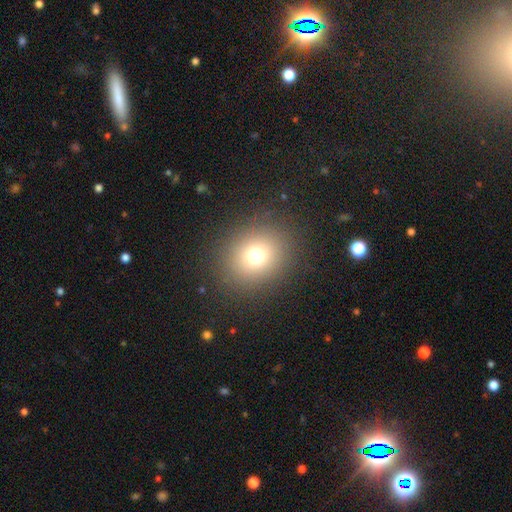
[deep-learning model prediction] Smooth or featured? Predicted: smooth (p=0.72). How rounded? Predicted: round (p=0.75). Merging? Predicted: none (p=0.87).